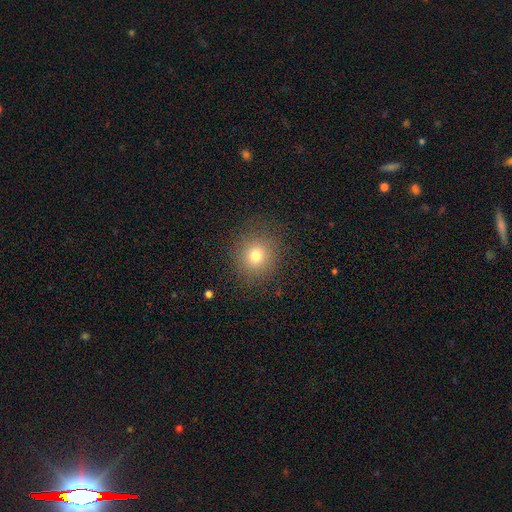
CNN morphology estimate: Smooth or featured? Predicted: smooth (p=0.74). How rounded? Predicted: round (p=0.88). Merging? Predicted: none (p=0.86).